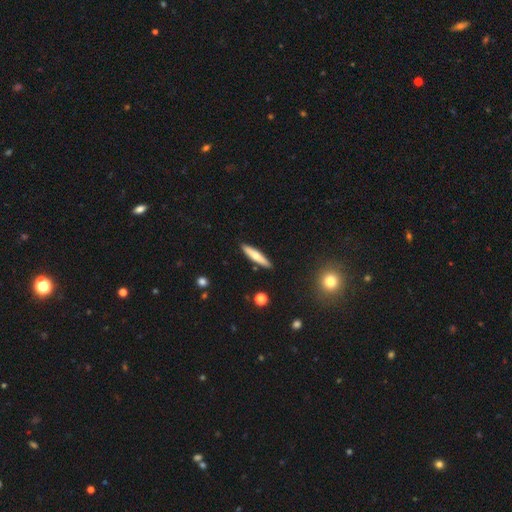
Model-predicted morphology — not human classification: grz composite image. It shows a smooth galaxy with no disk features (59%) that is cigar-shaped (87%). Merging: none (89%).